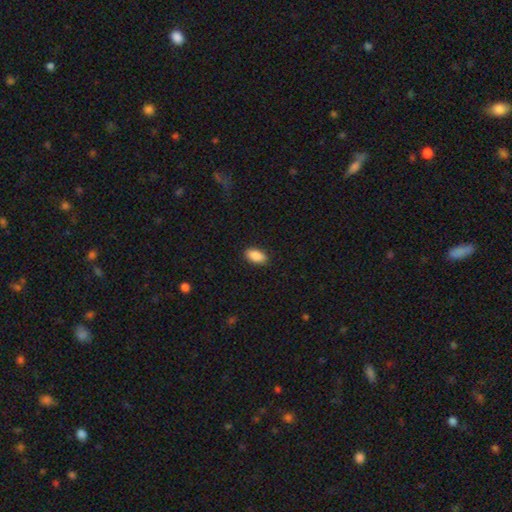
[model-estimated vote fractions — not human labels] Smooth or featured: smooth — 89% (star or artifact — 7%)
How rounded: in between — 92% (cigar-shaped — 4%)
Merging: none — 88% (minor disturbance — 9%)